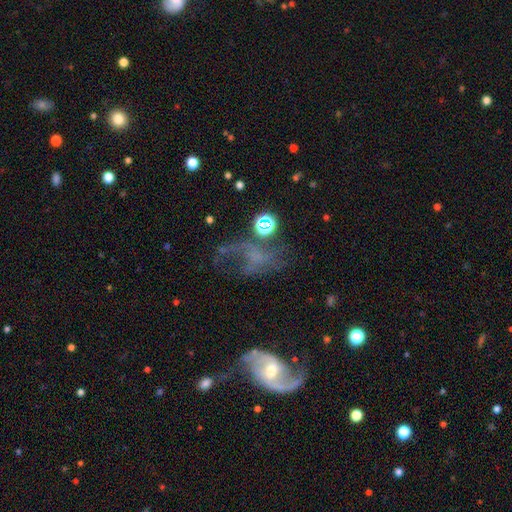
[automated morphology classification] This is possibly a featured or disk galaxy (57%). It is clearly not viewed edge-on (95%). Bar: likely no (62%). Spiral arm pattern: likely yes (71%). Central bulge: marginally none (41%). Merging: marginally none (37%).